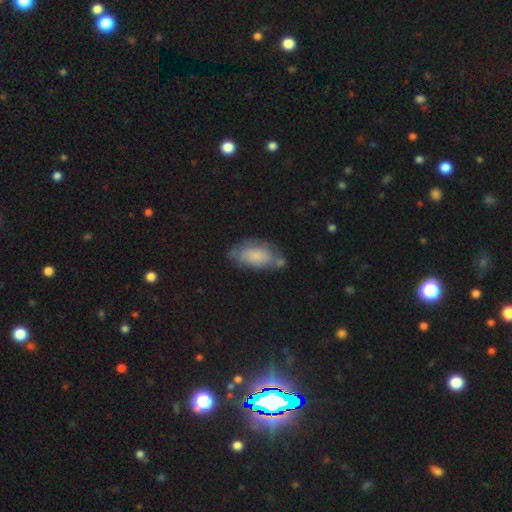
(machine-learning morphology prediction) Smooth or featured: smooth — 70% (featured or disk — 22%)
How rounded: in between — 92% (cigar-shaped — 4%)
Merging: none — 51% (minor disturbance — 29%)